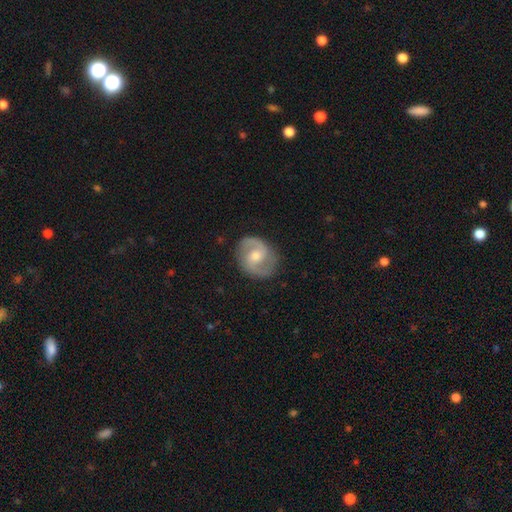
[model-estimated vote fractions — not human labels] Overall: featured or disk (83%). Edge-on disk: no (98%). Bar: weak (48%; no 42%). Spiral arms: yes (95%). Spiral arm count: 2 (92%). Spiral winding: medium (57%; tight 24%). Bulge size: moderate (64%; small 29%). Merging: none (83%).